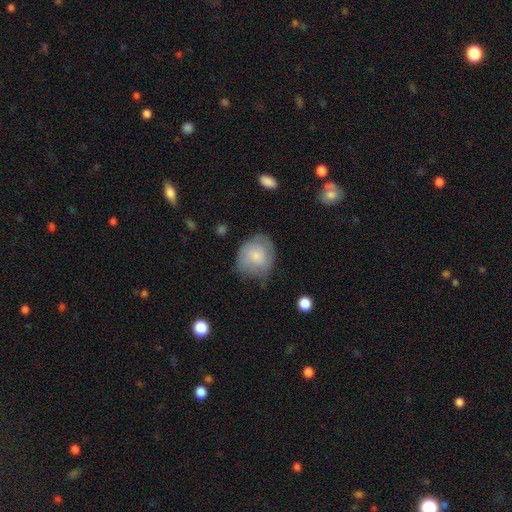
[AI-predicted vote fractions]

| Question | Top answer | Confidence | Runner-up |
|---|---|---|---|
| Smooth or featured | smooth | 64% | featured or disk (29%) |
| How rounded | round | 71% | in between (28%) |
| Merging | none | 58% | minor disturbance (29%) |